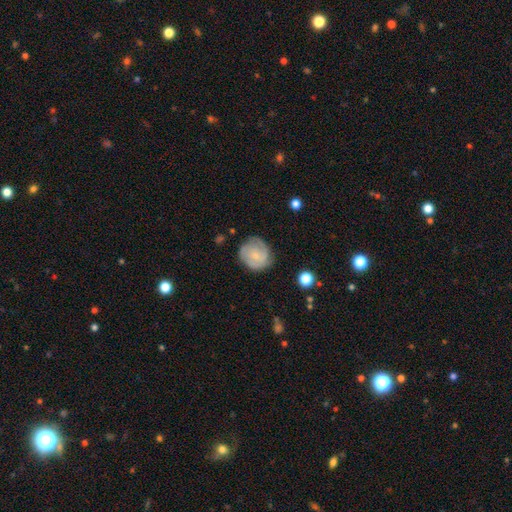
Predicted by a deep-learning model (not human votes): A smooth galaxy with no disk features (48%). Merging: none (70%).